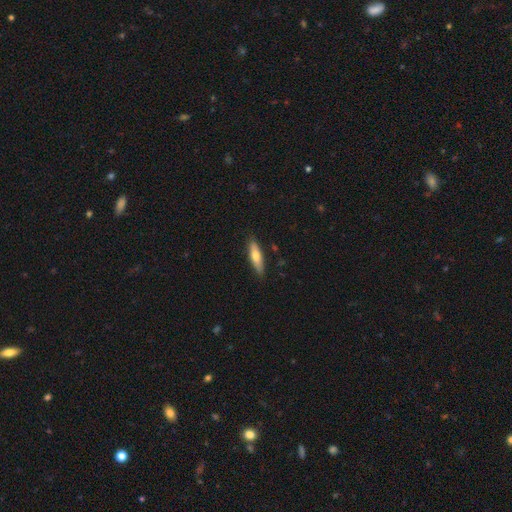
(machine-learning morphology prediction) Smooth or featured?
  - smooth: 60% *
  - featured or disk: 34%
  - star or artifact: 6%
How rounded?
  - cigar-shaped: 67% *
  - in between: 31%
  - round: 2%
Merging?
  - none: 86% *
  - minor disturbance: 11%
  - major disturbance: 2%
  - merger: 1%